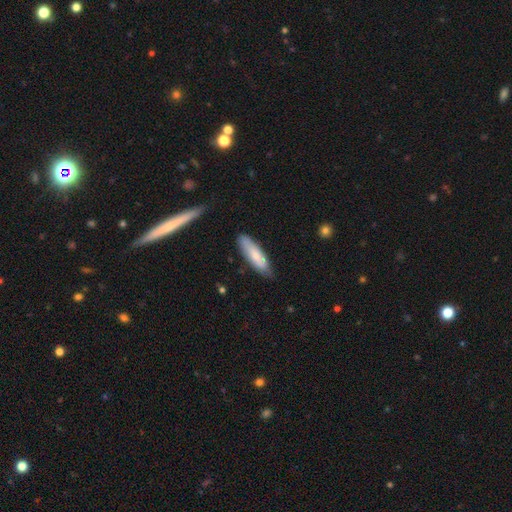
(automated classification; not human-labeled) This appears to be a smooth galaxy with no disk features (68%) that is cigar-shaped (57%). Merging: none (73%).